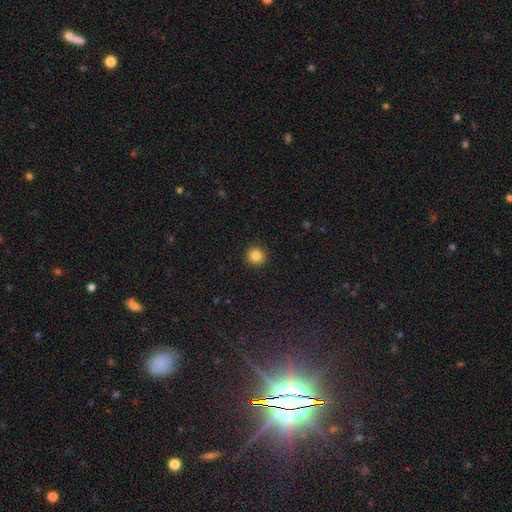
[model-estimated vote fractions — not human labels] smooth 85%, star or artifact 10%, featured or disk 5%. Down the decision tree: how rounded — round (91%); merging — none (92%).